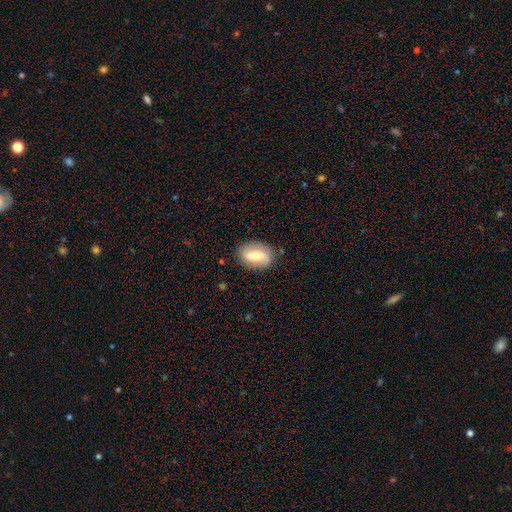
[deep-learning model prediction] Smooth or featured: featured or disk — 47% (smooth — 46%)
Merging: none — 80% (minor disturbance — 14%)